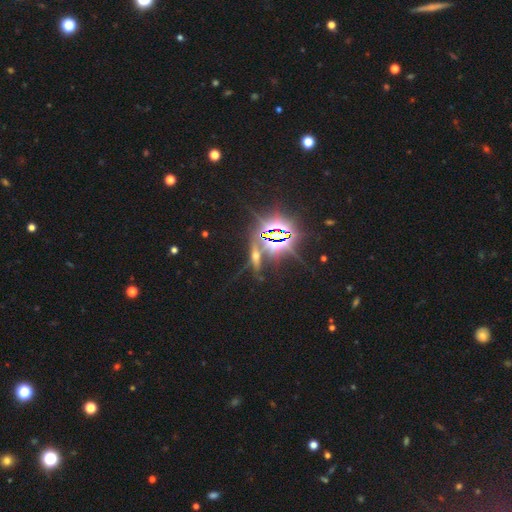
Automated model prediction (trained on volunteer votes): Q: Smooth or featured?
A: star or artifact (58%); runner-up: featured or disk (26%)